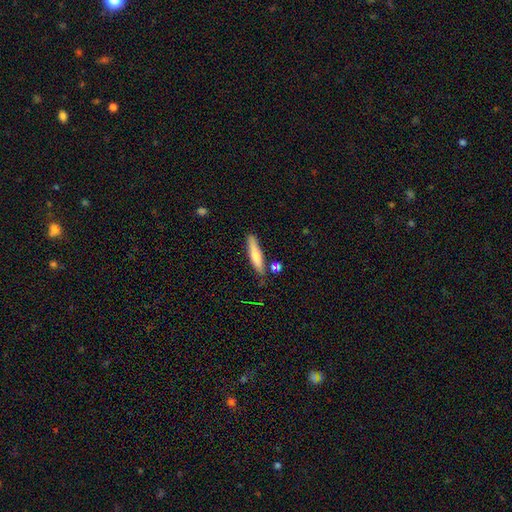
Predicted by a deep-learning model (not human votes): Smooth or featured? smooth (63%)
How rounded? cigar-shaped (88%)
Merging? none (79%)